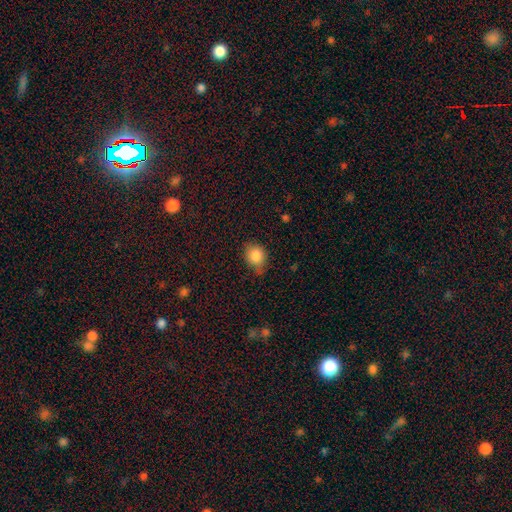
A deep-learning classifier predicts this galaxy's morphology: smooth_or_featured: smooth (p=0.84) [alt: star or artifact p=0.09]
how_rounded: round (p=0.52) [alt: in between p=0.47]
merging: none (p=0.64) [alt: minor disturbance p=0.29]